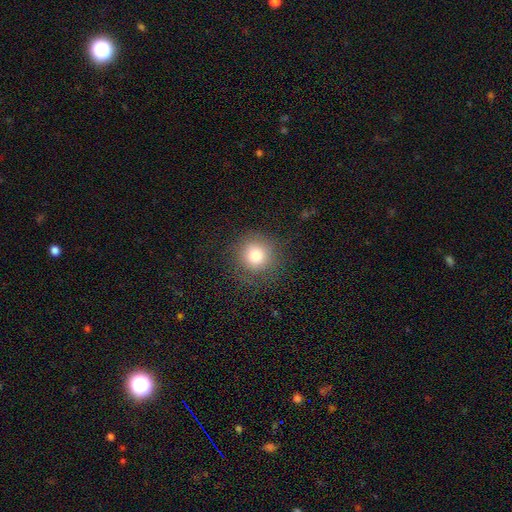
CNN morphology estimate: smooth-or-featured: smooth: 80% | star or artifact: 11% | featured or disk: 8%
  how-rounded: round: 91% | in between: 8% | cigar-shaped: 1%
  merging: none: 84% | minor disturbance: 10% | major disturbance: 5% | merger: 1%